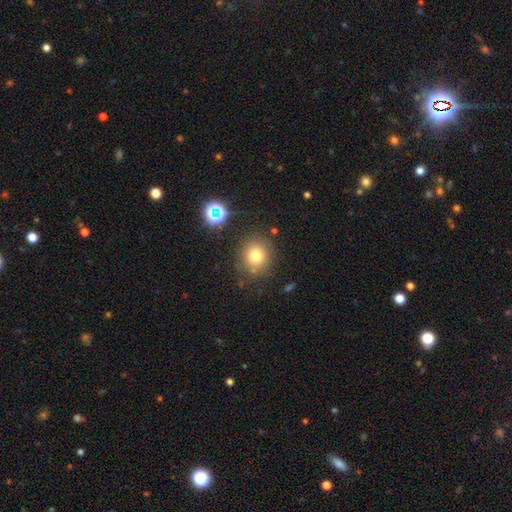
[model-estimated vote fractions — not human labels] Overall: smooth (75%). How rounded: round (89%). Merging: none (81%).